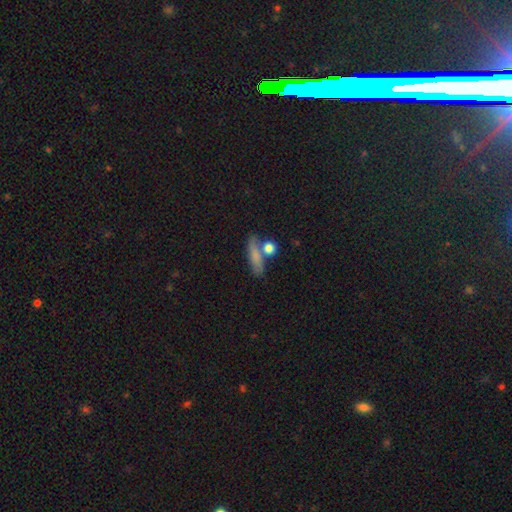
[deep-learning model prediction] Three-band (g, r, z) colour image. It shows a smooth galaxy with no disk features (76%) that is cigar-shaped (47%). Merging: none (59%).